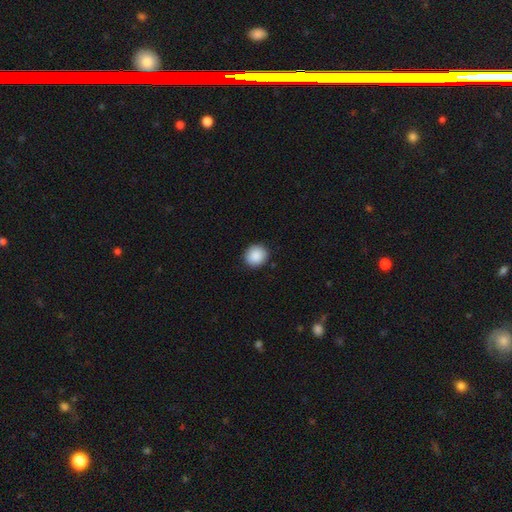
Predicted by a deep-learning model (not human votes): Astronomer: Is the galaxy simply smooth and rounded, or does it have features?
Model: smooth — 89%.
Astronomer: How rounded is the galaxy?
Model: round — 85%.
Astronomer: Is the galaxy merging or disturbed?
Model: none — 91%.